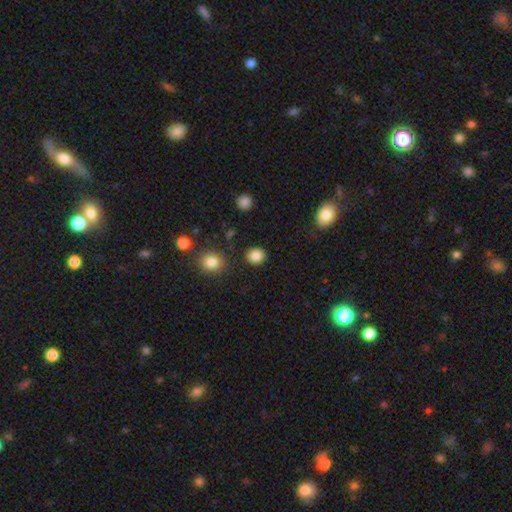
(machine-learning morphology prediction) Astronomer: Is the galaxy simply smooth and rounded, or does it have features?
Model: smooth — 86%.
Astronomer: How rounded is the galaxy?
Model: round — 81%.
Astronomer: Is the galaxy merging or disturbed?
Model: none — 89%.